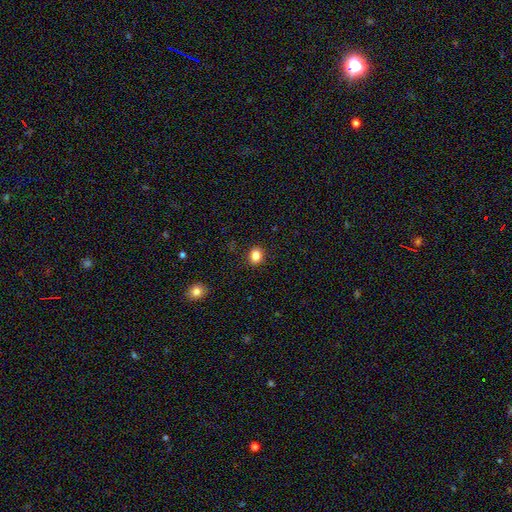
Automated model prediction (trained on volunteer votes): Q: Smooth or featured?
A: smooth (84%); runner-up: star or artifact (11%)
Q: How rounded?
A: round (52%); runner-up: in between (47%)
Q: Merging?
A: none (89%); runner-up: minor disturbance (8%)